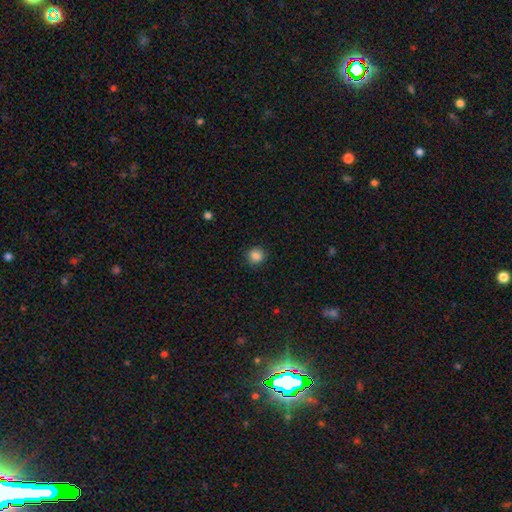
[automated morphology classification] The model was most divided on "smooth or featured": smooth: 86%, star or artifact: 11%, featured or disk: 3%. More confident: how rounded — round (90%); merging — none (89%).